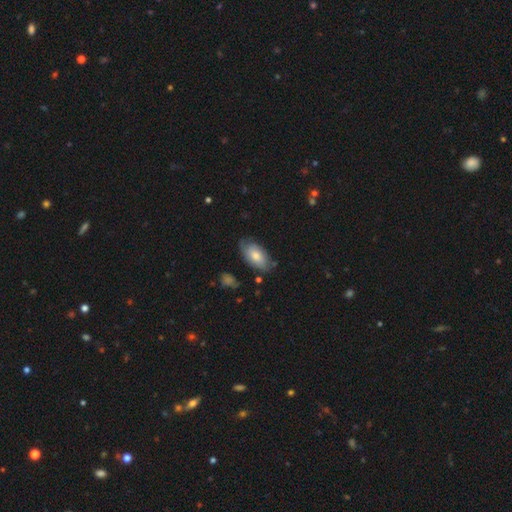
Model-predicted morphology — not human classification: smooth_or_featured: smooth (p=0.71) [alt: featured or disk p=0.23]
how_rounded: in between (p=0.94) [alt: round p=0.04]
merging: none (p=0.67) [alt: minor disturbance p=0.25]